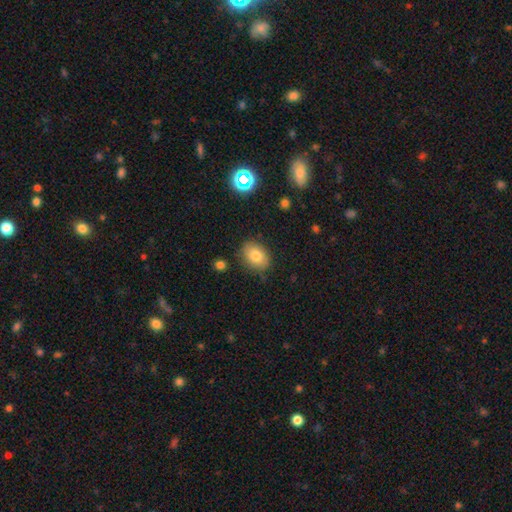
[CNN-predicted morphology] The model was most divided on "how rounded": in between: 70%, round: 29%, cigar-shaped: 1%. More confident: merging — none (80%); smooth or featured — smooth (79%).